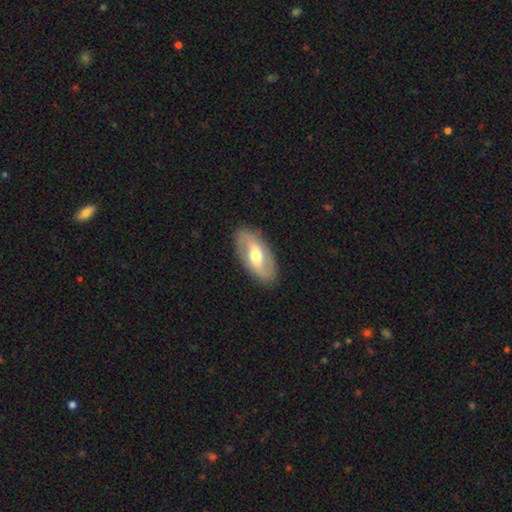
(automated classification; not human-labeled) Smooth or featured?
  - featured or disk: 66% *
  - smooth: 29%
  - star or artifact: 5%
Edge-on disk?
  - no: 91% *
  - yes: 9%
Bar?
  - weak: 42% *
  - strong: 29%
  - no: 29%
Spiral arms?
  - yes: 71% *
  - no: 29%
Bulge size?
  - moderate: 72% *
  - small: 16%
  - large: 10%
  - dominant: 1%
  - none: 1%
Merging?
  - none: 86% *
  - minor disturbance: 10%
  - major disturbance: 3%
  - merger: 1%